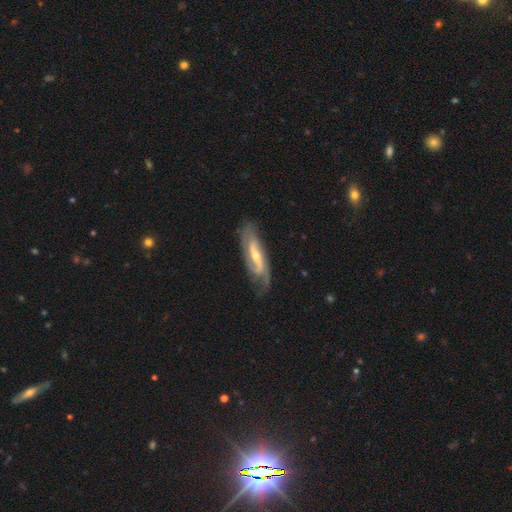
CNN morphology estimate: featured or disk 82%, smooth 13%, star or artifact 5%. Down the decision tree: edge-on disk — no (82%); bar — weak (39%); spiral arms — yes (93%); spiral arm count — 2 (76%); spiral winding — medium (43%); bulge size — small (50%); merging — none (72%).